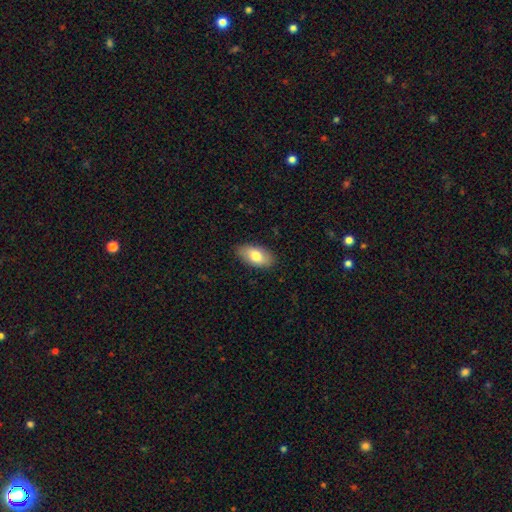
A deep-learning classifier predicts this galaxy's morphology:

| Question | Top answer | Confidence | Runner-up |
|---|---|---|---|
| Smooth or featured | smooth | 77% | featured or disk (17%) |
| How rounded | in between | 93% | cigar-shaped (4%) |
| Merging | none | 87% | minor disturbance (10%) |